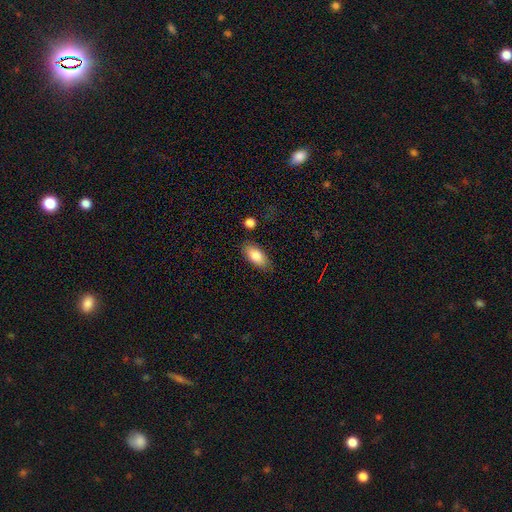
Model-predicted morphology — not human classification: smooth_or_featured: smooth (p=0.82) [alt: featured or disk p=0.11]
how_rounded: in between (p=0.89) [alt: cigar-shaped p=0.08]
merging: none (p=0.82) [alt: minor disturbance p=0.12]